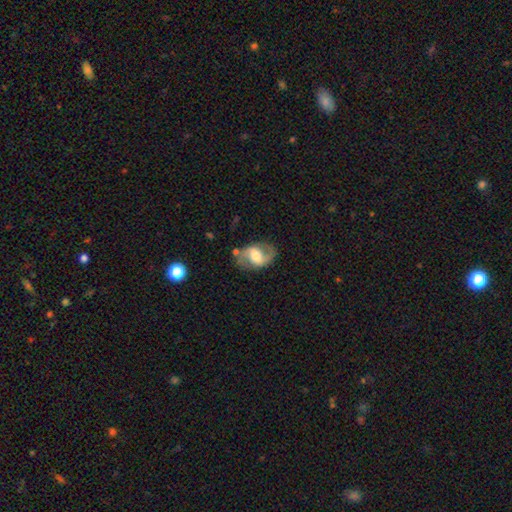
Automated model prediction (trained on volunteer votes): This is likely a featured or disk galaxy (74%). It is clearly not viewed edge-on (96%). Bar: possibly weak (45%). Spiral arm pattern: clearly yes (87%). Spiral arm count: clearly 2 (88%). Spiral winding: marginally medium (45%). Central bulge: possibly moderate (55%). Merging: likely none (73%).